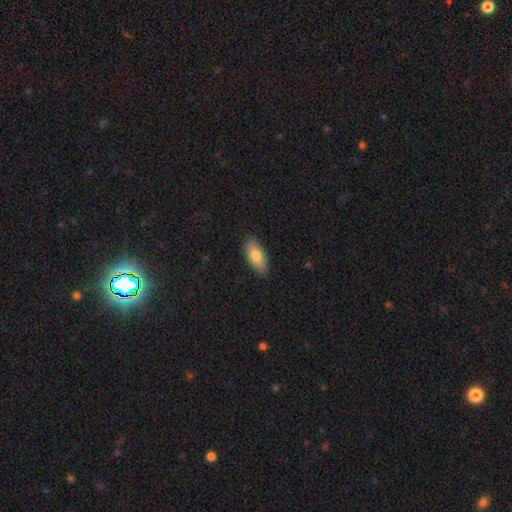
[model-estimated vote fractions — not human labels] Smooth or featured: smooth — 79% (featured or disk — 15%)
How rounded: in between — 86% (cigar-shaped — 11%)
Merging: none — 85% (minor disturbance — 12%)